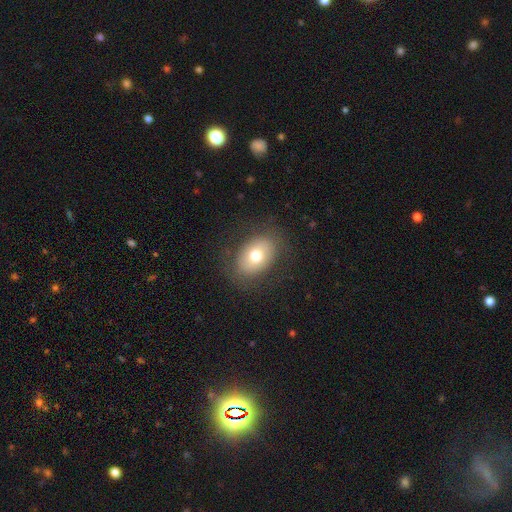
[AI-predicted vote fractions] Q: Smooth or featured?
A: smooth (73%); runner-up: featured or disk (18%)
Q: How rounded?
A: in between (76%); runner-up: round (23%)
Q: Merging?
A: none (83%); runner-up: minor disturbance (11%)